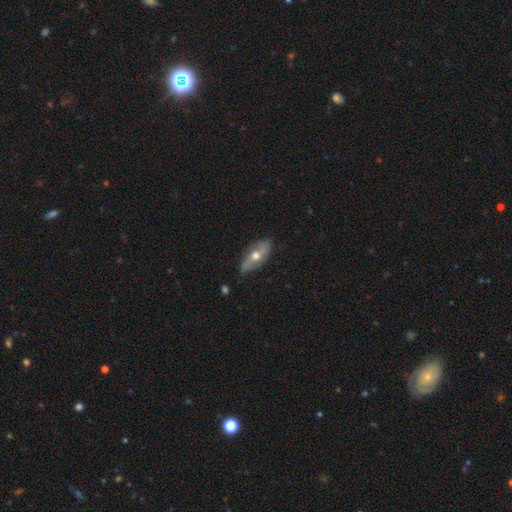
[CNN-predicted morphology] A featured or disk galaxy (51%).

Vote fractions:
- Smooth or featured? featured or disk: 51% / smooth: 42% / star or artifact: 7%
- Edge-on disk? no: 60% / yes: 40%
- Merging? none: 79% / minor disturbance: 16% / major disturbance: 3% / merger: 1%